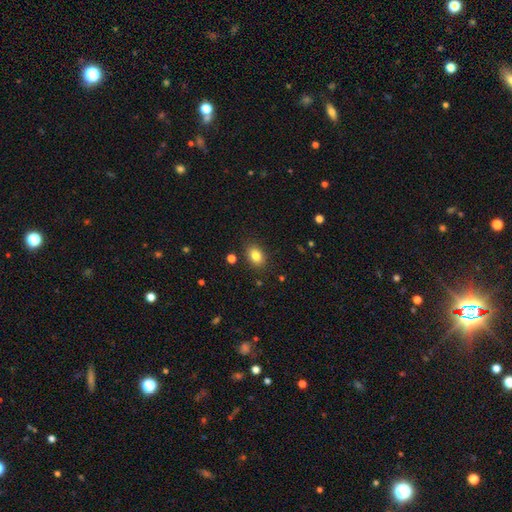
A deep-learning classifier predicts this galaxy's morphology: Q: Smooth or featured?
A: smooth (84%); runner-up: star or artifact (10%)
Q: How rounded?
A: in between (78%); runner-up: round (21%)
Q: Merging?
A: none (86%); runner-up: minor disturbance (9%)